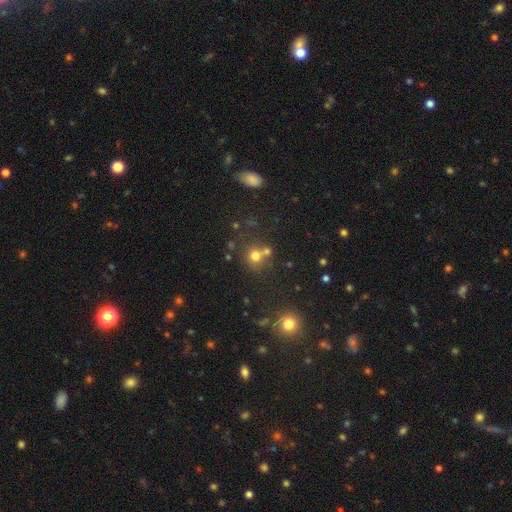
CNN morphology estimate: Smooth or featured? smooth (69%)
How rounded? round (83%)
Merging? none (55%)